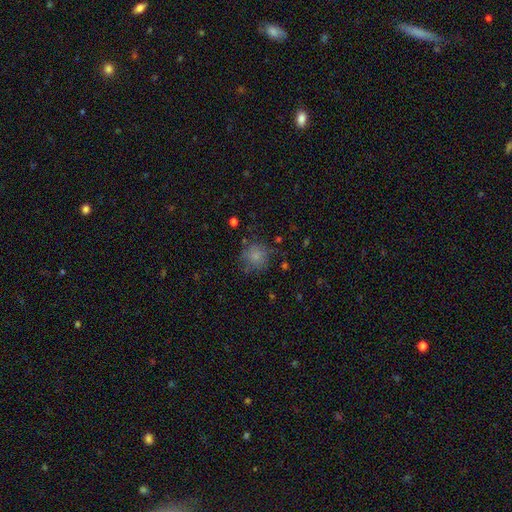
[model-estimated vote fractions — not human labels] Smooth or featured?
  - smooth: 79% *
  - star or artifact: 11%
  - featured or disk: 10%
How rounded?
  - round: 88% *
  - in between: 11%
  - cigar-shaped: 1%
Merging?
  - none: 71% *
  - minor disturbance: 18%
  - major disturbance: 8%
  - merger: 3%